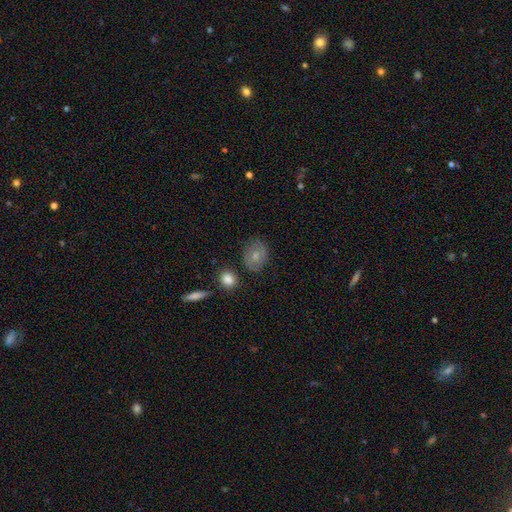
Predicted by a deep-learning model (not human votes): Morphology: type=smooth (65%); roundness=round (50%); merging=none (75%).